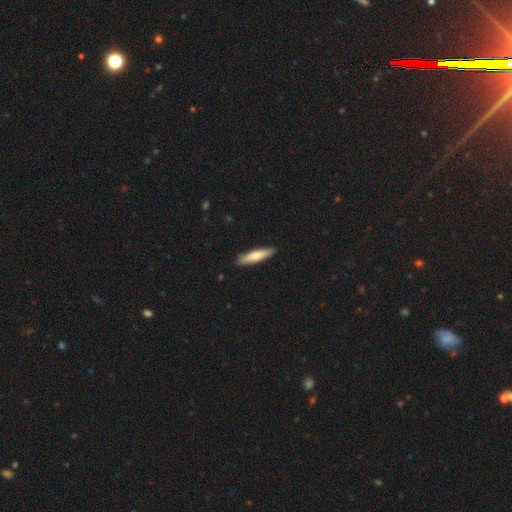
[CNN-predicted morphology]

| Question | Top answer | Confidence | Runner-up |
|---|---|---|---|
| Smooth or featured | smooth | 66% | featured or disk (29%) |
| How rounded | cigar-shaped | 83% | in between (16%) |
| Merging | none | 90% | minor disturbance (7%) |